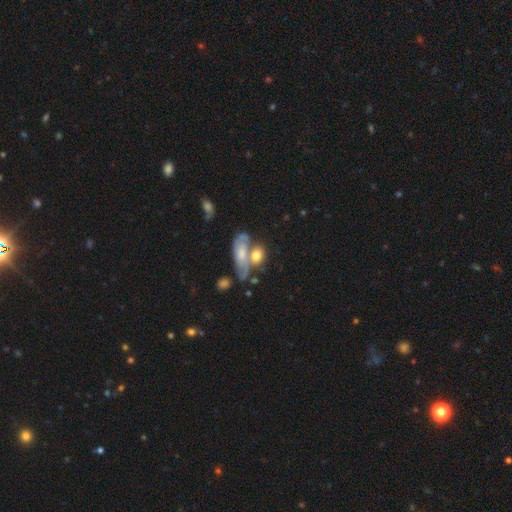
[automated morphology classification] smooth-or-featured: smooth: 64% | featured or disk: 27% | star or artifact: 9%
  how-rounded: in between: 63% | round: 28% | cigar-shaped: 9%
  merging: merger: 43% | none: 34% | minor disturbance: 14% | major disturbance: 9%